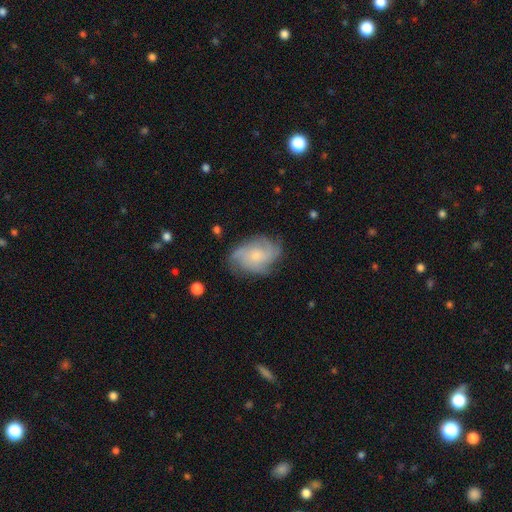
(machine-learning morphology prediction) A featured or disk galaxy (65%) with no bar (76%), 3 (28%) medium (44%) spiral arms (90%) and a small central bulge (44%).

Vote fractions:
- Smooth or featured? featured or disk: 65% / smooth: 27% / star or artifact: 8%
- Edge-on disk? no: 97% / yes: 3%
- Bar? no: 76% / weak: 22% / strong: 3%
- Spiral arms? yes: 90% / no: 10%
- Spiral winding? medium: 44% / tight: 34% / loose: 21%
- Spiral arm count? 3: 28% / can't tell: 27% / 4: 23% / 2: 11% / more than 4: 6% / 1: 5%
- Bulge size? small: 44% / moderate: 42% / none: 8% / large: 5% / dominant: 1%
- Merging? none: 69% / minor disturbance: 21% / major disturbance: 9% / merger: 1%